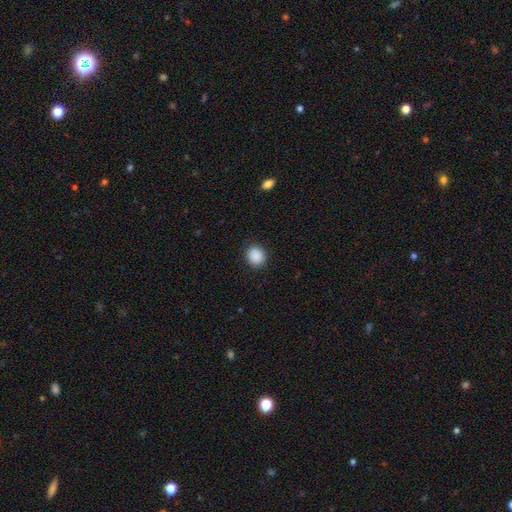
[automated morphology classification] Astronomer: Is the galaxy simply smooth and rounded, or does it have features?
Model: smooth — 90%.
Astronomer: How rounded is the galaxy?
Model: round — 74%.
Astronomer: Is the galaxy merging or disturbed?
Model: none — 90%.